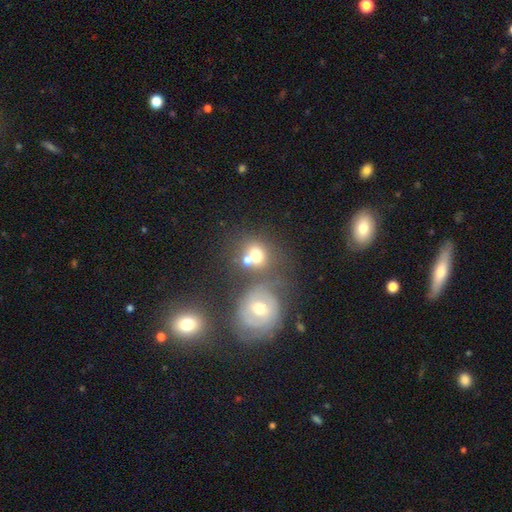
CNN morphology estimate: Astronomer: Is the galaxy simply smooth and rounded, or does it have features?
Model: smooth — 67%.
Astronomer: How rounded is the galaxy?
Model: round — 72%.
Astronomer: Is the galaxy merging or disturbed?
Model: merger — 43% (runner-up: none, 40%).